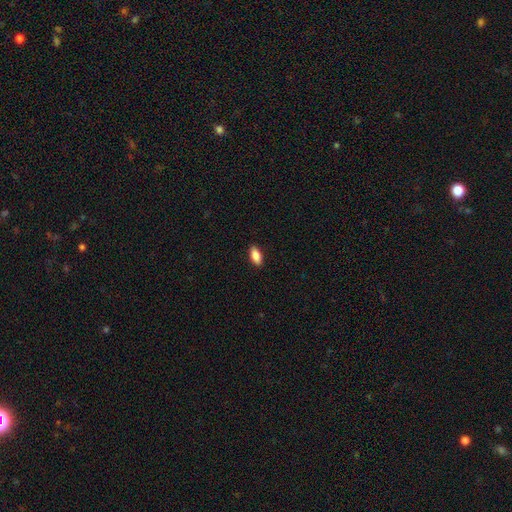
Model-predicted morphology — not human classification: smooth 86%, featured or disk 7%, star or artifact 7%. Down the decision tree: how rounded — in between (87%); merging — none (90%).